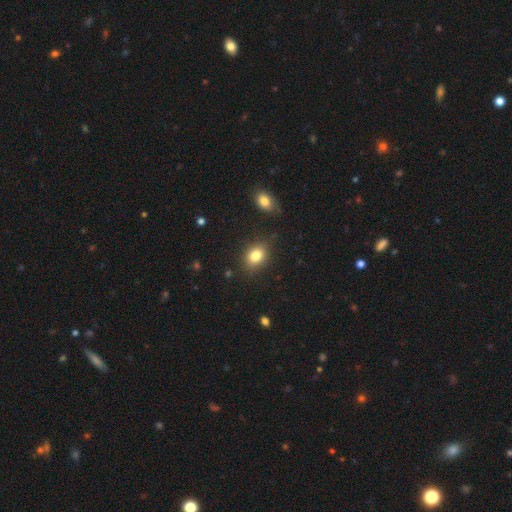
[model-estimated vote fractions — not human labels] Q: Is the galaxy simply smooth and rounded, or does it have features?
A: smooth — 82%.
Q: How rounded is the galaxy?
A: in between — 67%.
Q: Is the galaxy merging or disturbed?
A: none — 82%.